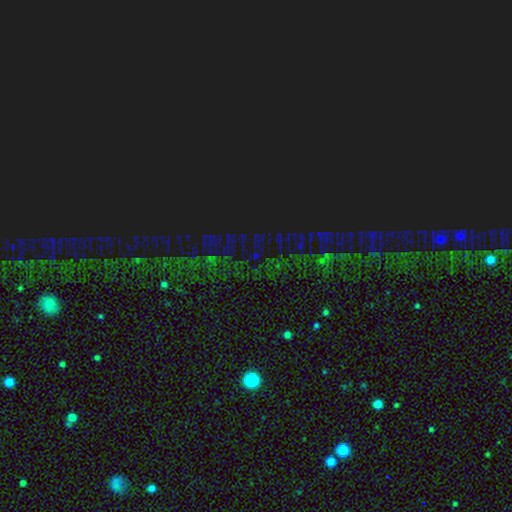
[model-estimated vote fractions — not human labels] Morphology: type=star or artifact (83%).